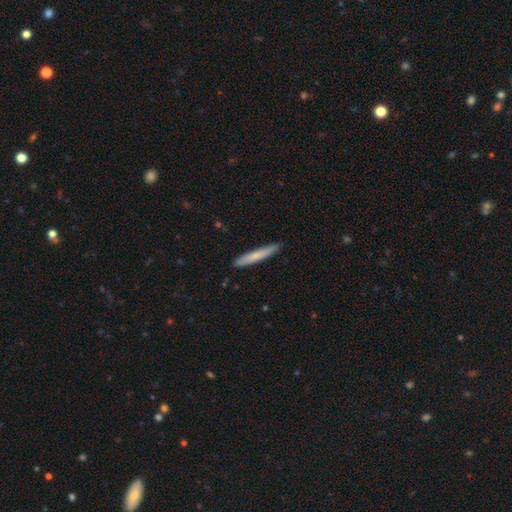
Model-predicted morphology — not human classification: Smooth or featured? Predicted: smooth (p=0.71). How rounded? Predicted: cigar-shaped (p=0.95). Merging? Predicted: none (p=0.88).